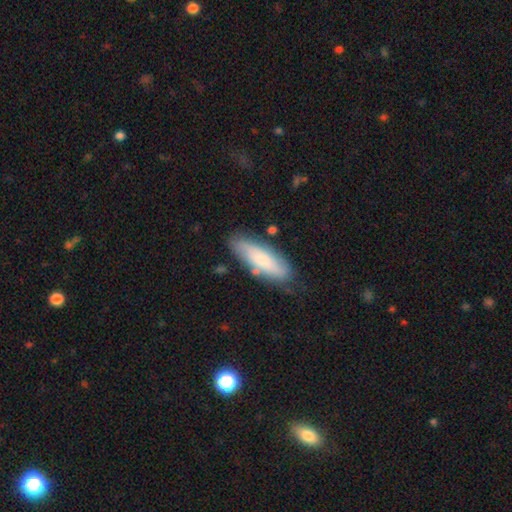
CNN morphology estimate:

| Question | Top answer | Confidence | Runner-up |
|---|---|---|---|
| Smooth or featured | smooth | 68% | featured or disk (25%) |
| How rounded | in between | 51% | cigar-shaped (48%) |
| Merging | none | 77% | minor disturbance (16%) |